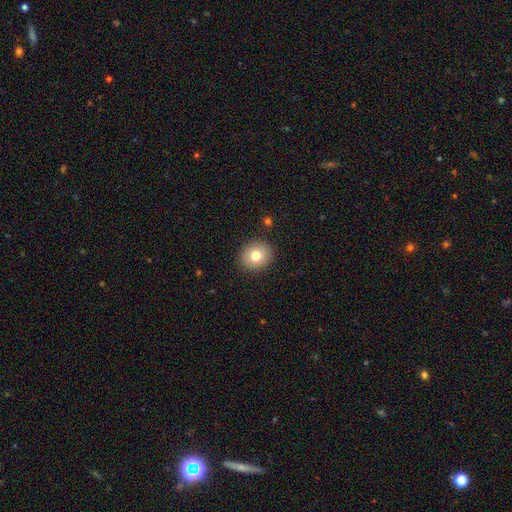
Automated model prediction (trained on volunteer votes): Smooth or featured? smooth (77%)
How rounded? round (79%)
Merging? none (90%)